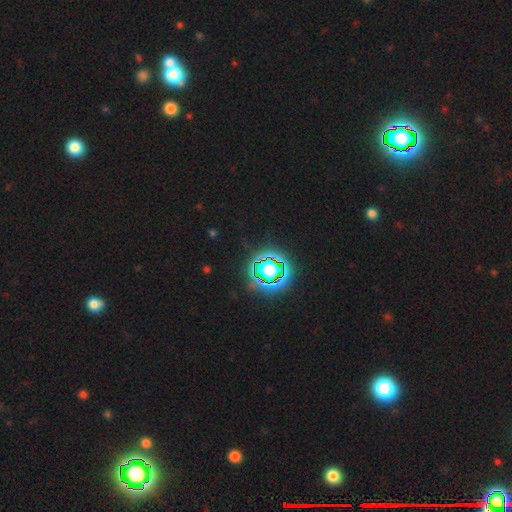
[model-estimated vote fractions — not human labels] The model was most divided on "smooth or featured": star or artifact: 81%, smooth: 12%, featured or disk: 8%.